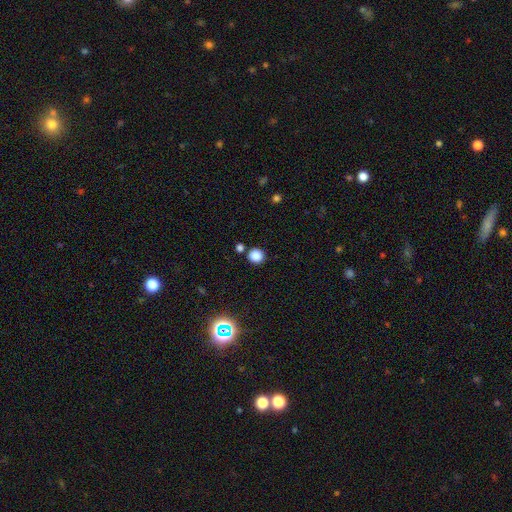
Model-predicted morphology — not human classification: Smooth or featured?
  - smooth: 84% *
  - star or artifact: 12%
  - featured or disk: 4%
How rounded?
  - round: 92% *
  - in between: 7%
  - cigar-shaped: 1%
Merging?
  - none: 83% *
  - minor disturbance: 8%
  - merger: 7%
  - major disturbance: 3%